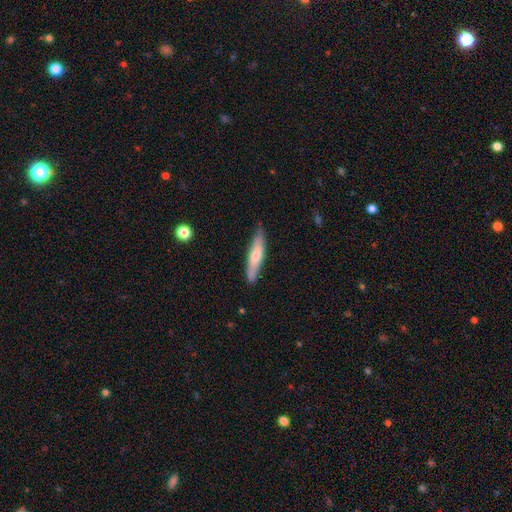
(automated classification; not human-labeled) Smooth or featured? smooth (62%)
How rounded? cigar-shaped (83%)
Merging? none (80%)